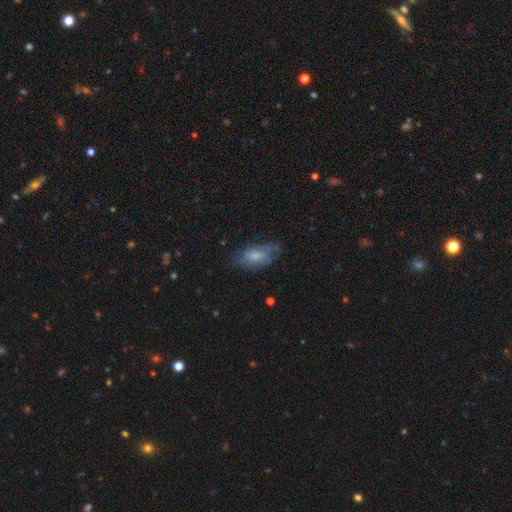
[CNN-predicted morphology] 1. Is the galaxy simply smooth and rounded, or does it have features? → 59% smooth, 33% featured or disk, 9% star or artifact.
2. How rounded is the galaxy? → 89% in between, 6% cigar-shaped, 5% round.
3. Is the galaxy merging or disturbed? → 50% none, 30% minor disturbance, 18% major disturbance, 2% merger.